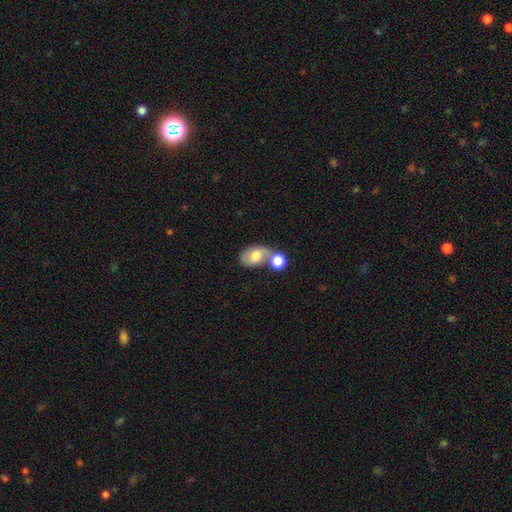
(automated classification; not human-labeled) A smooth galaxy with no disk features (70%) that is in between round and cigar-shaped (78%). Merging: merger (56%).